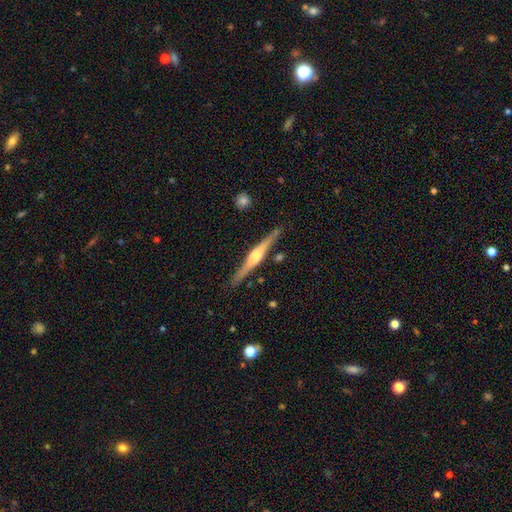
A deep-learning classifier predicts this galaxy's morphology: A featured or disk galaxy (80%) viewed edge-on (98%) with a rounded central bulge (90%).

Vote fractions:
- Smooth or featured? featured or disk: 80% / smooth: 15% / star or artifact: 5%
- Edge-on disk? yes: 98% / no: 2%
- Edge-on bulge? rounded: 90% / boxy: 7% / none: 4%
- Merging? none: 88% / minor disturbance: 8% / merger: 2% / major disturbance: 2%